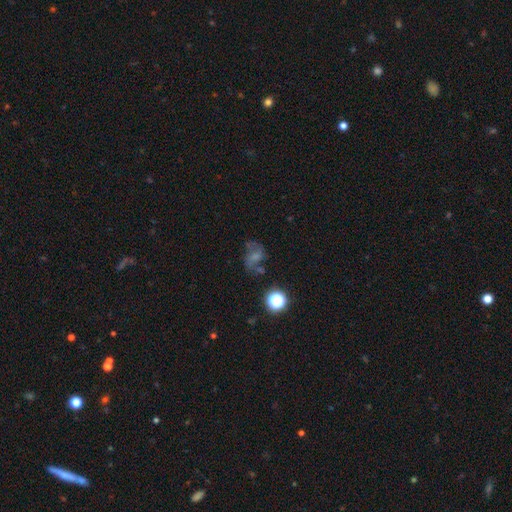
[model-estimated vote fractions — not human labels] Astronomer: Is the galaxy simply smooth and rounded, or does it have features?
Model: featured or disk — 47% (runner-up: smooth, 27%).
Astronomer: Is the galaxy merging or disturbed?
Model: none — 57%.